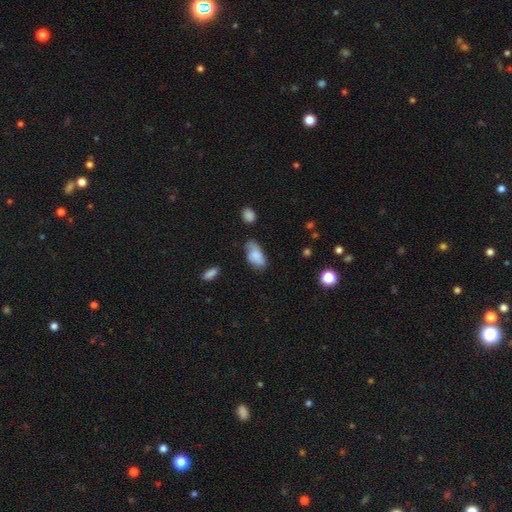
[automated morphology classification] smooth-or-featured: smooth: 73% | featured or disk: 19% | star or artifact: 8%
  how-rounded: in between: 91% | cigar-shaped: 5% | round: 3%
  merging: none: 50% | minor disturbance: 35% | major disturbance: 11% | merger: 4%